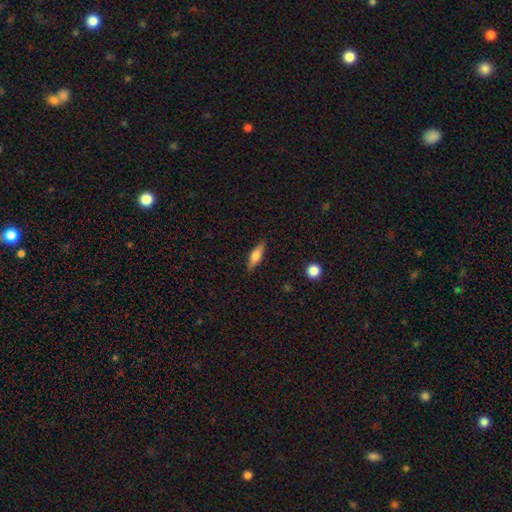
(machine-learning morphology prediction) This appears to be a smooth galaxy with no disk features (59%) that is cigar-shaped (56%). Merging: none (86%).